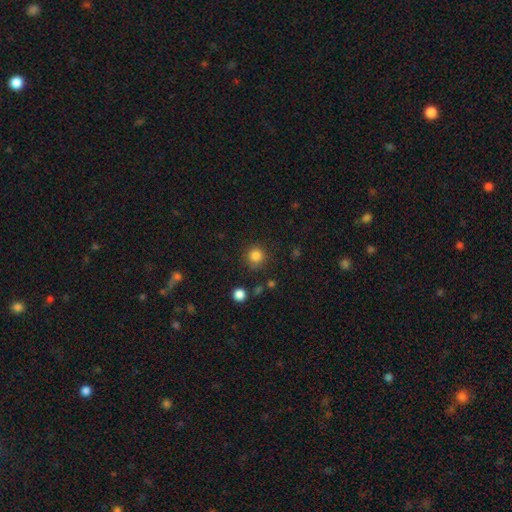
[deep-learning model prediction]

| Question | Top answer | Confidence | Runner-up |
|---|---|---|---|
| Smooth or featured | smooth | 84% | star or artifact (12%) |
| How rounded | round | 93% | in between (6%) |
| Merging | none | 86% | minor disturbance (9%) |